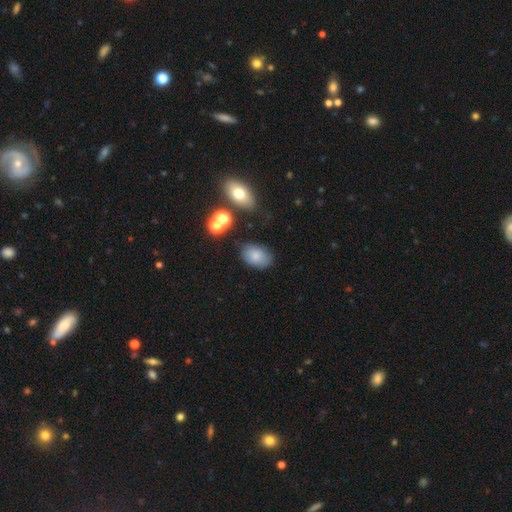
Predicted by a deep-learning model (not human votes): smooth_or_featured: smooth (p=0.80) [alt: star or artifact p=0.10]
how_rounded: in between (p=0.84) [alt: round p=0.15]
merging: none (p=0.77) [alt: minor disturbance p=0.15]